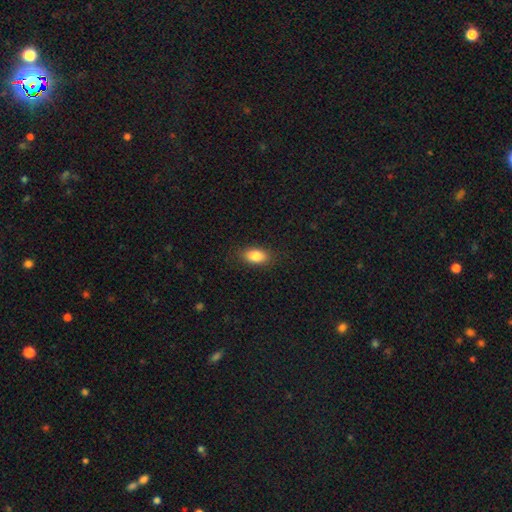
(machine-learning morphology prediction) This is clearly a smooth galaxy (85%). How rounded: clearly in between (89%). Merging: clearly none (87%).